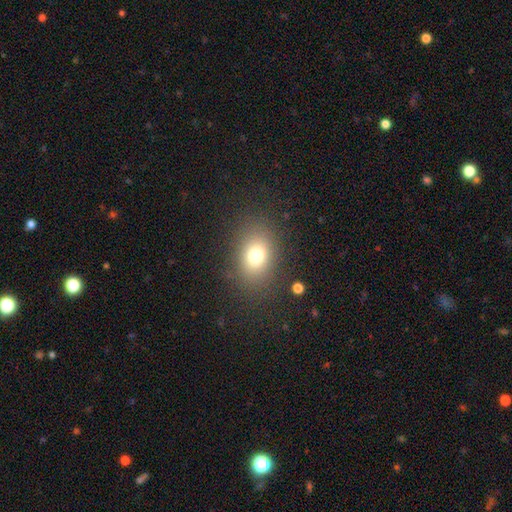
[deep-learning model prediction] Overall: smooth (74%). How rounded: in between (67%; round 32%). Merging: none (83%).